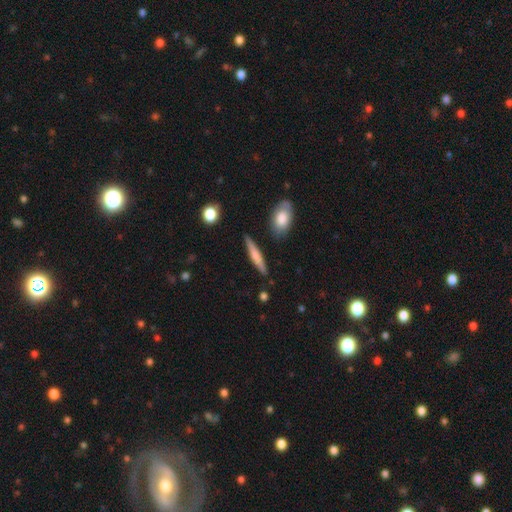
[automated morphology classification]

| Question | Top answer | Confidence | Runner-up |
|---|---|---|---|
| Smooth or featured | smooth | 55% | featured or disk (39%) |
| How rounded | cigar-shaped | 86% | in between (11%) |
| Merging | none | 86% | minor disturbance (9%) |